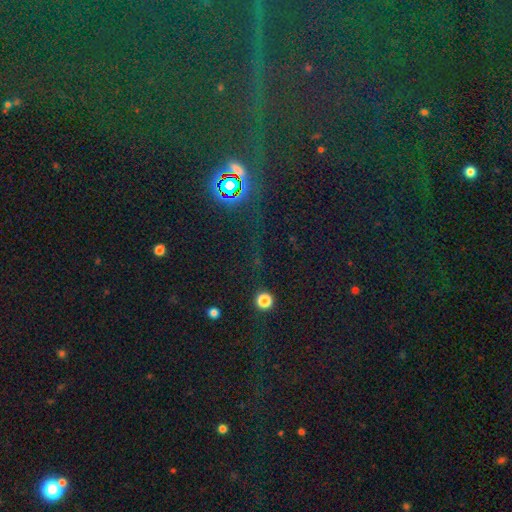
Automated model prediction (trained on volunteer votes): This appears to be a star or artifact, not a galaxy (78%).